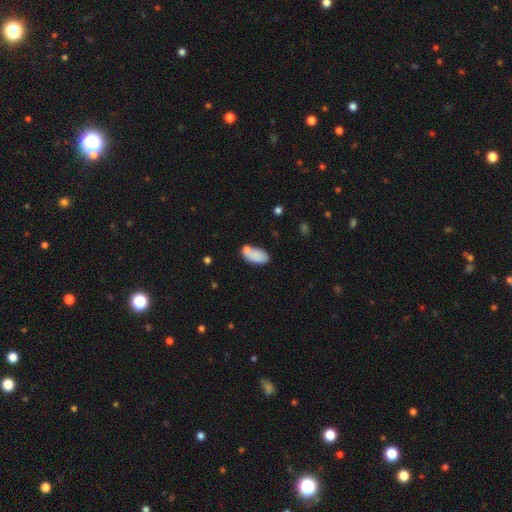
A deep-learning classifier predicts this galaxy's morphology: smooth-or-featured: smooth: 81% | featured or disk: 11% | star or artifact: 8%
  how-rounded: in between: 93% | cigar-shaped: 4% | round: 3%
  merging: none: 53% | merger: 23% | minor disturbance: 18% | major disturbance: 6%